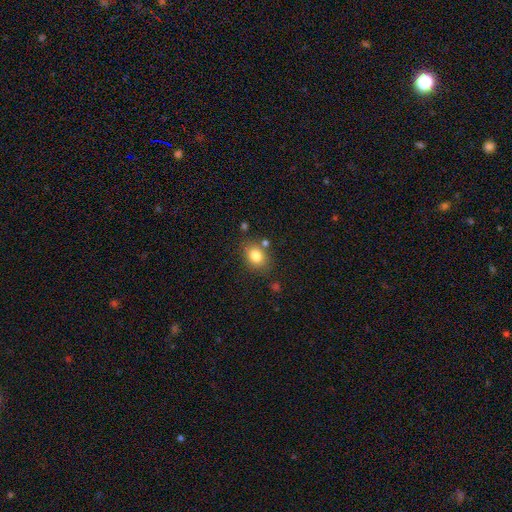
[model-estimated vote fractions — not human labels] Morphology: type=smooth (82%); roundness=in between (54%); merging=none (77%).